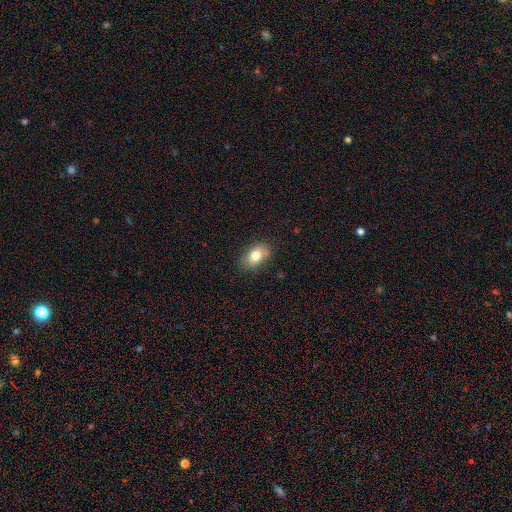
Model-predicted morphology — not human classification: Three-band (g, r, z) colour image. It shows a smooth galaxy with no disk features (80%) that is in between round and cigar-shaped (86%). Merging: none (79%).